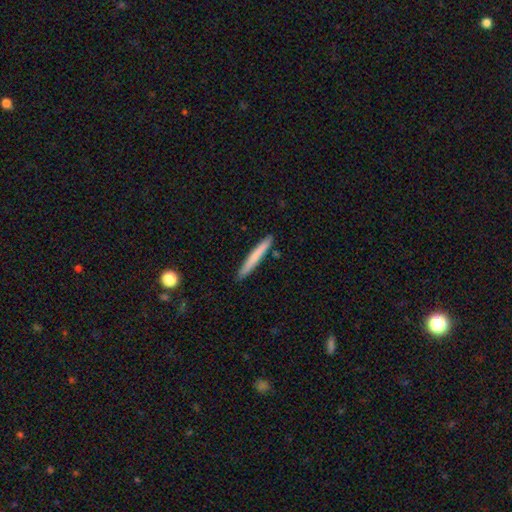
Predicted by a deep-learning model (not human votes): The model was most divided on "smooth or featured": smooth: 71%, featured or disk: 24%, star or artifact: 5%. More confident: how rounded — cigar-shaped (96%); merging — none (90%).